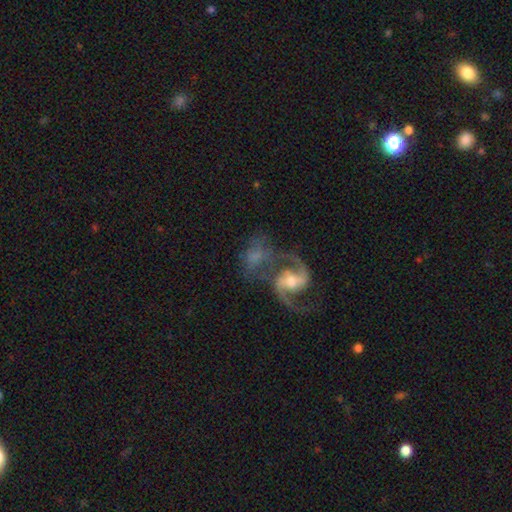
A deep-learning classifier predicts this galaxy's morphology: Smooth or featured? featured or disk (72%)
Edge-on disk? no (97%)
Bar? weak (45%)
Spiral arms? yes (88%)
Spiral winding? loose (47%)
Spiral arm count? 2 (82%)
Bulge size? moderate (46%)
Merging? merger (41%)